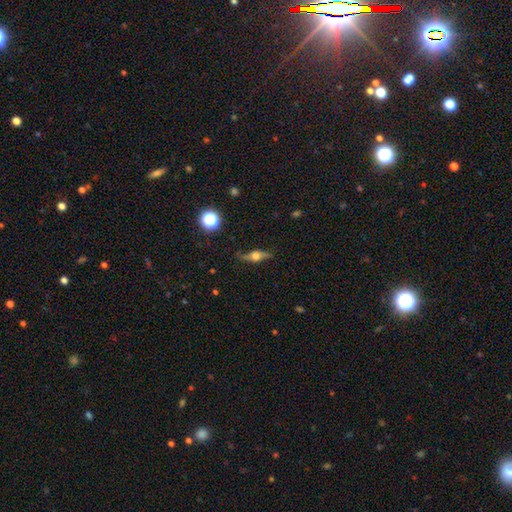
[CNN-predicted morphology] This appears to be a featured or disk galaxy (64%) viewed edge-on (87%) with a rounded central bulge (93%). Merging: none (78%).